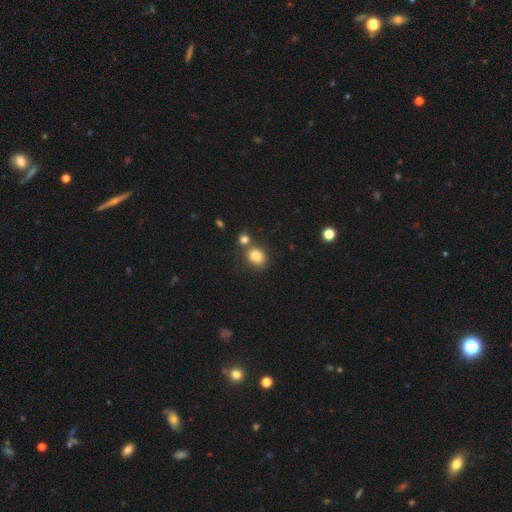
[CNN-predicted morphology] The model was most divided on "how rounded": round: 53%, in between: 46%, cigar-shaped: 1%. More confident: smooth or featured — smooth (85%); merging — none (54%).